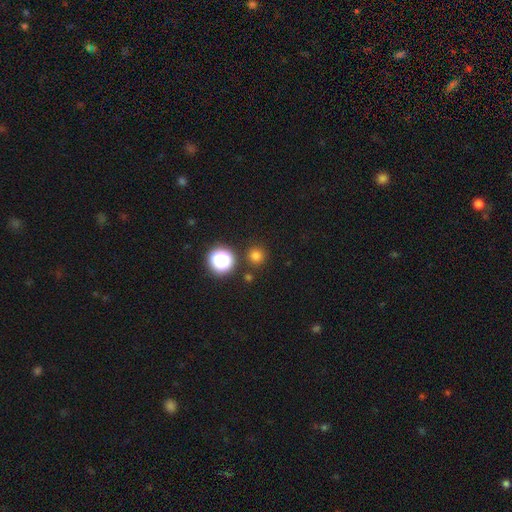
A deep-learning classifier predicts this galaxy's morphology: Smooth or featured? smooth (74%)
How rounded? round (94%)
Merging? none (87%)